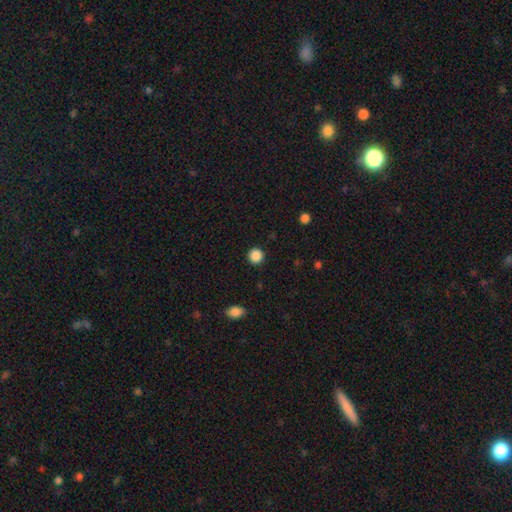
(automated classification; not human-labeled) This appears to be a smooth galaxy with no disk features (87%) that is round (94%). Merging: none (92%).